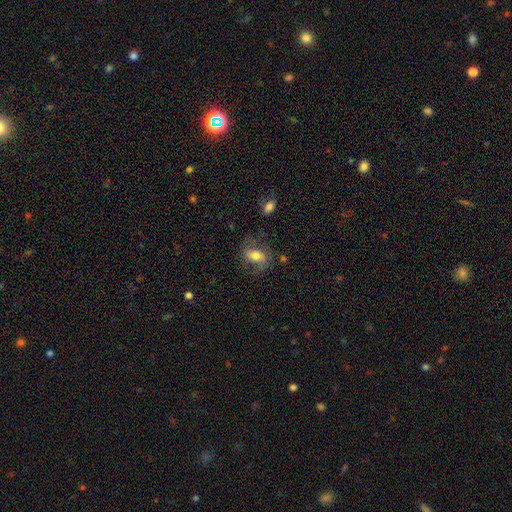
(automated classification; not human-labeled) A featured or disk galaxy (48%). Merging: none (63%).